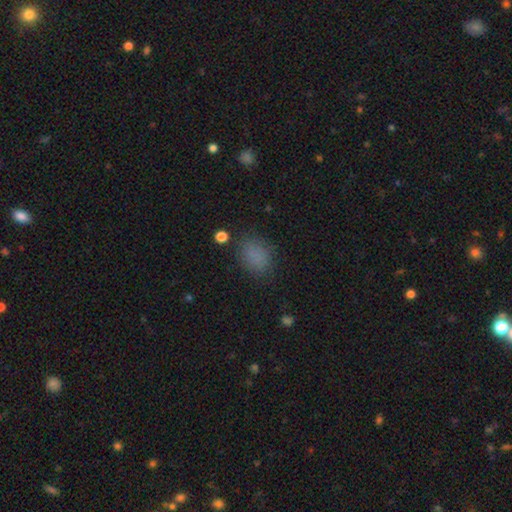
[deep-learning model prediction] Overall: smooth (81%). How rounded: in between (67%; round 32%). Merging: none (79%).